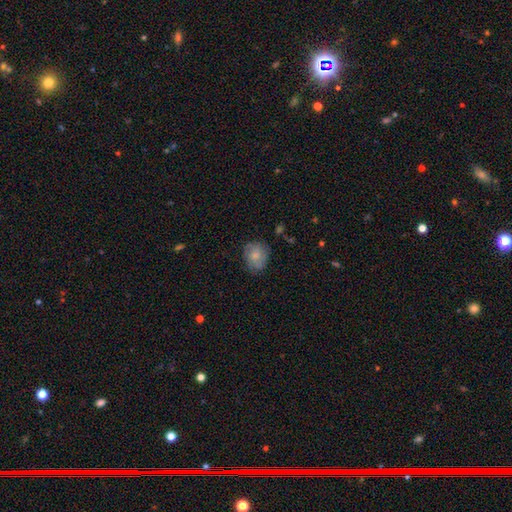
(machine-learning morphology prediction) Smooth or featured: smooth — 65% (featured or disk — 28%)
How rounded: round — 58% (in between — 41%)
Merging: none — 68% (minor disturbance — 24%)